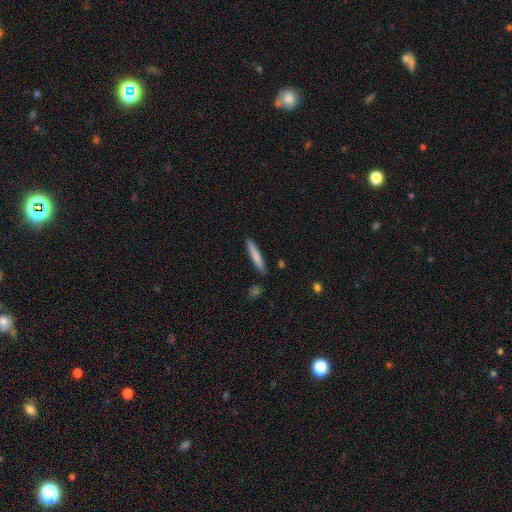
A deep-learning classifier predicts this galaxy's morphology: Smooth or featured?
  - smooth: 78% *
  - featured or disk: 16%
  - star or artifact: 6%
How rounded?
  - cigar-shaped: 92% *
  - in between: 6%
  - round: 1%
Merging?
  - none: 88% *
  - minor disturbance: 8%
  - merger: 2%
  - major disturbance: 2%